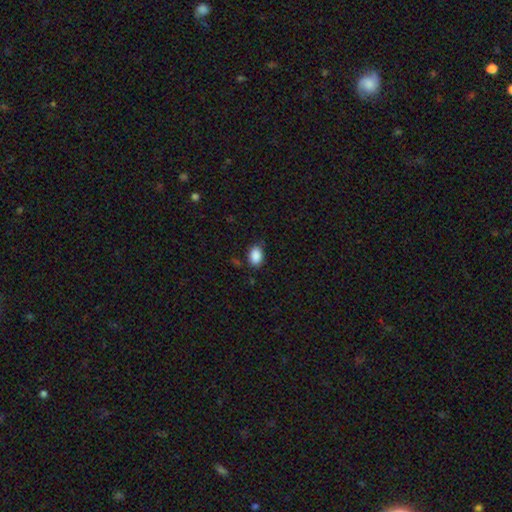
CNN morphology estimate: This appears to be a smooth galaxy with no disk features (89%) that is in between round and cigar-shaped (86%). Merging: none (78%).